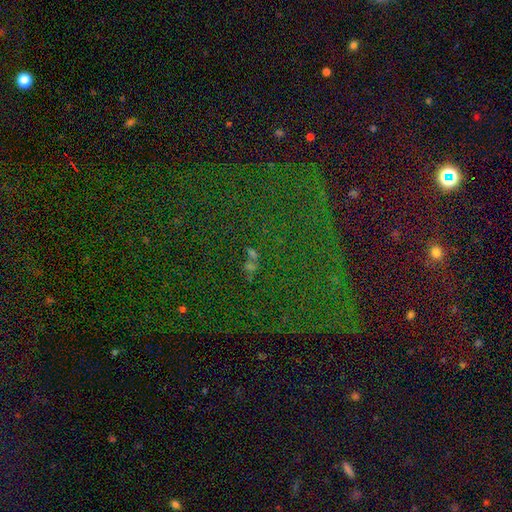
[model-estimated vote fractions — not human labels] The model was most divided on "smooth or featured": star or artifact: 75%, smooth: 13%, featured or disk: 12%.